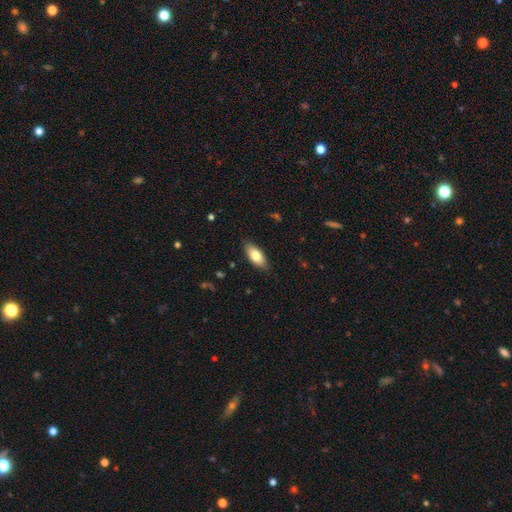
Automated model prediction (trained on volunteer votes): A smooth galaxy with no disk features (78%) that is in between round and cigar-shaped (85%).

Vote fractions:
- Smooth or featured? smooth: 78% / featured or disk: 16% / star or artifact: 6%
- How rounded? in between: 85% / cigar-shaped: 13% / round: 2%
- Merging? none: 86% / minor disturbance: 11% / major disturbance: 2% / merger: 1%